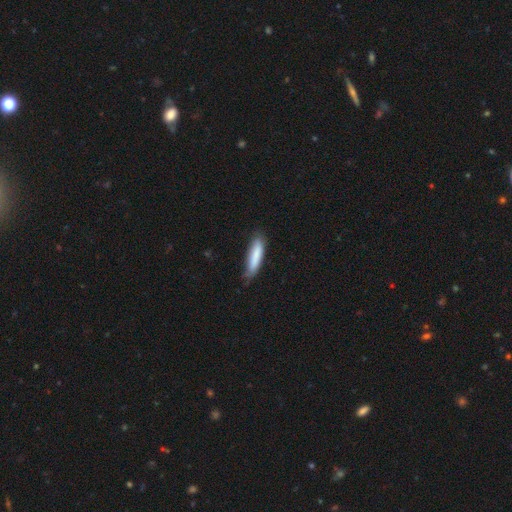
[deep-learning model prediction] smooth-or-featured: smooth: 83% | featured or disk: 11% | star or artifact: 6%
  how-rounded: cigar-shaped: 76% | in between: 23% | round: 1%
  merging: none: 68% | minor disturbance: 26% | major disturbance: 5% | merger: 2%